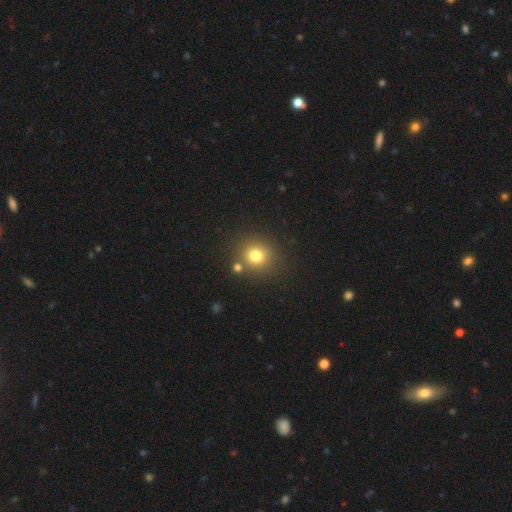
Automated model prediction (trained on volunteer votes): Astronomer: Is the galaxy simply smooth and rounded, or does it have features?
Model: smooth — 77%.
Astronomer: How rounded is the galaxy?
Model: round — 87%.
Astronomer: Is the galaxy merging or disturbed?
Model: none — 78%.